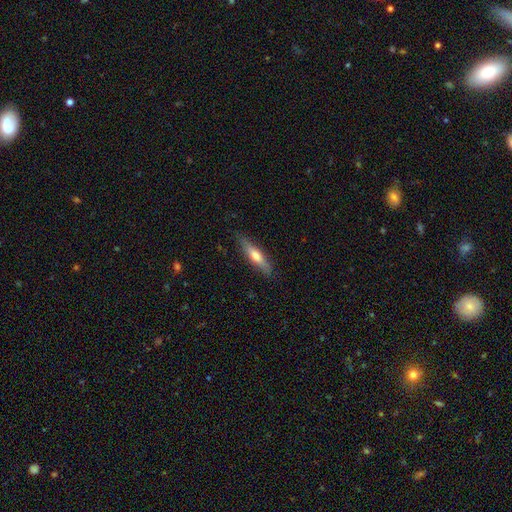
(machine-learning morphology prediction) smooth-or-featured: smooth: 60% | featured or disk: 34% | star or artifact: 6%
  how-rounded: cigar-shaped: 75% | in between: 23% | round: 2%
  merging: none: 82% | minor disturbance: 14% | major disturbance: 3% | merger: 1%